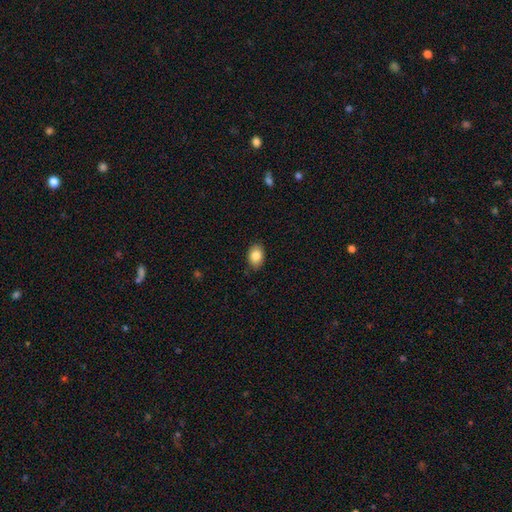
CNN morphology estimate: Q: Smooth or featured?
A: smooth (86%); runner-up: star or artifact (8%)
Q: How rounded?
A: in between (81%); runner-up: round (18%)
Q: Merging?
A: none (86%); runner-up: minor disturbance (11%)